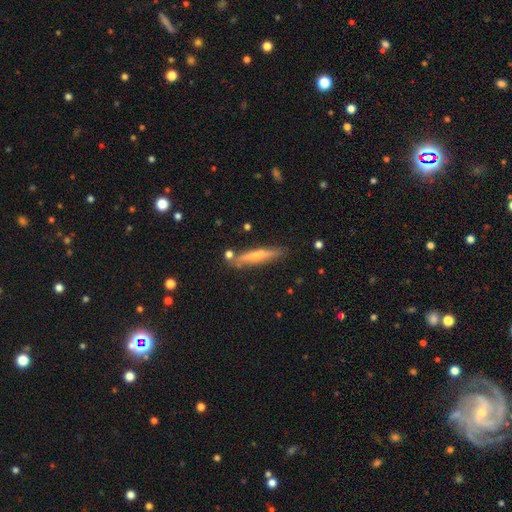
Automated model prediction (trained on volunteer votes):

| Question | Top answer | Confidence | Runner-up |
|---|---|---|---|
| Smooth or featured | featured or disk | 46% | smooth (40%) |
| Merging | none | 79% | minor disturbance (14%) |